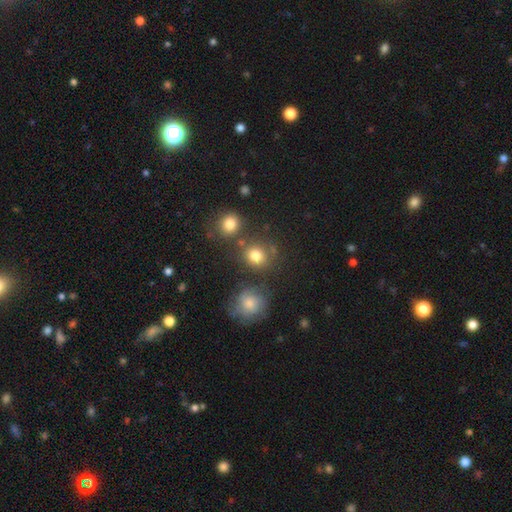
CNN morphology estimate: A smooth galaxy with no disk features (80%) that is round (81%).

Vote fractions:
- Smooth or featured? smooth: 80% / star or artifact: 13% / featured or disk: 8%
- How rounded? round: 81% / in between: 18% / cigar-shaped: 1%
- Merging? none: 70% / merger: 14% / minor disturbance: 11% / major disturbance: 5%